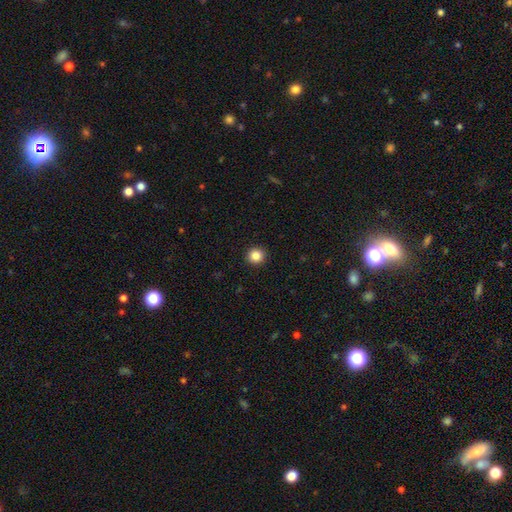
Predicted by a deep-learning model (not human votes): Smooth or featured: smooth — 86% (star or artifact — 11%)
How rounded: round — 94% (in between — 5%)
Merging: none — 93% (minor disturbance — 4%)